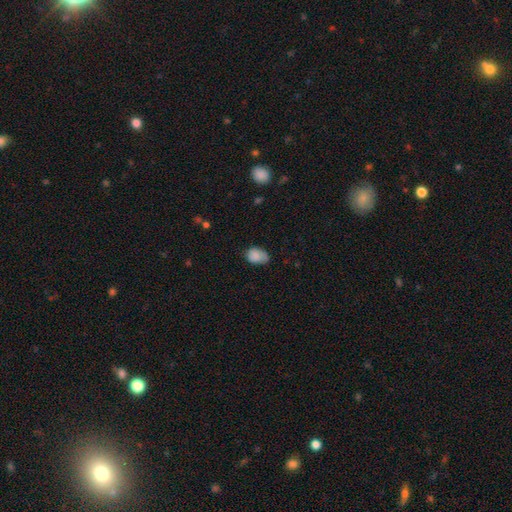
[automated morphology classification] smooth-or-featured: smooth: 83% | featured or disk: 9% | star or artifact: 8%
  how-rounded: in between: 78% | round: 21% | cigar-shaped: 1%
  merging: none: 55% | minor disturbance: 36% | major disturbance: 8% | merger: 2%